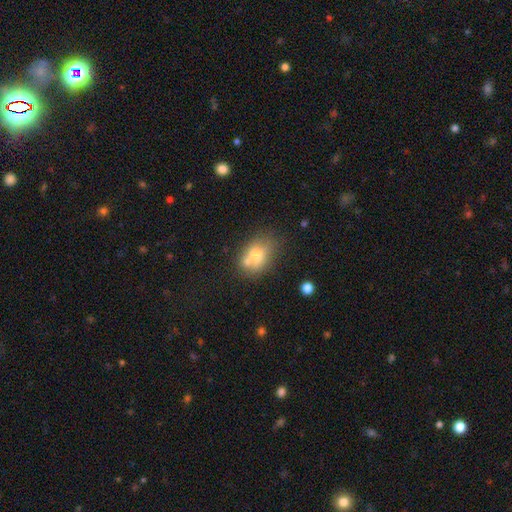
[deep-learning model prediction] Smooth or featured: smooth — 66% (featured or disk — 23%)
How rounded: in between — 63% (round — 36%)
Merging: none — 46% (merger — 32%)